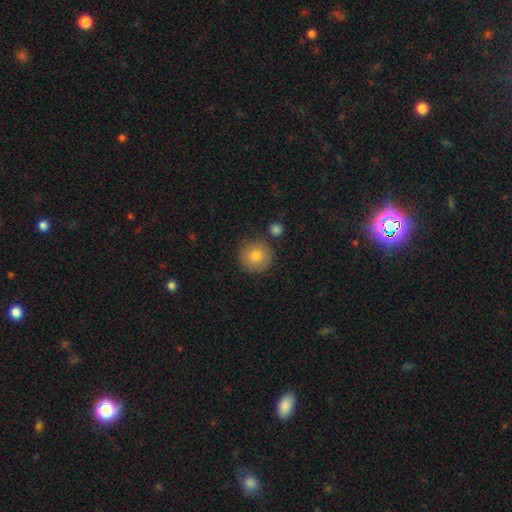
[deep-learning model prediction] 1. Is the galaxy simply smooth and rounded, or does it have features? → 82% smooth, 9% star or artifact, 9% featured or disk.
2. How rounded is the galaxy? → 94% round, 5% in between, 1% cigar-shaped.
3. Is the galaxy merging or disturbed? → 85% none, 9% minor disturbance, 4% merger, 2% major disturbance.